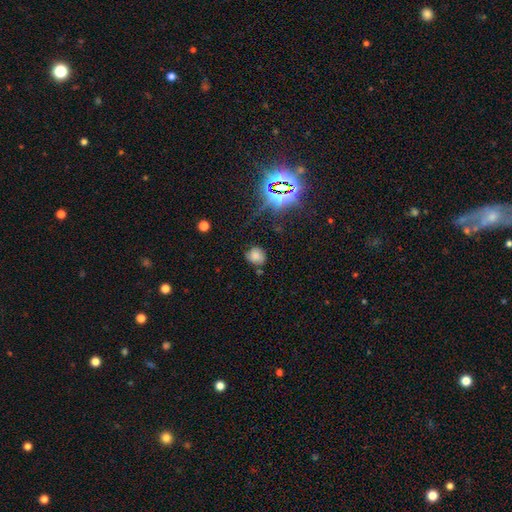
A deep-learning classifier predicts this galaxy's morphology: type=smooth (62%); roundness=round (72%); merging=none (69%).